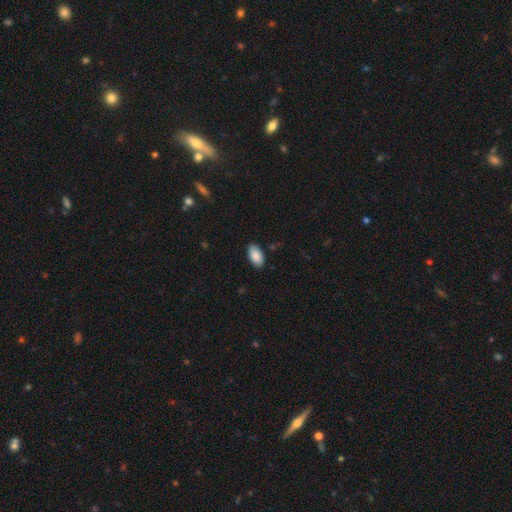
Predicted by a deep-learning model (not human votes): Morphology: type=smooth (88%); roundness=in between (95%); merging=none (87%).